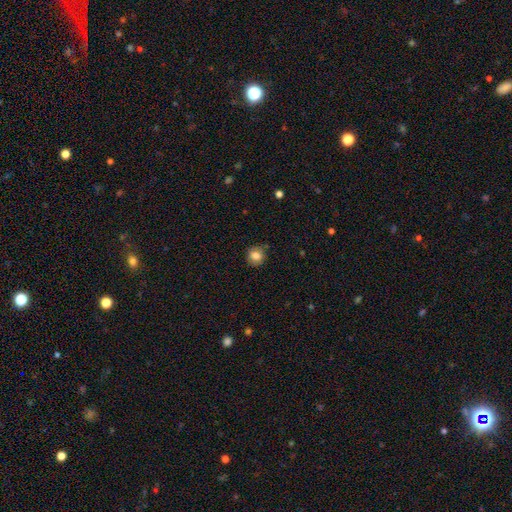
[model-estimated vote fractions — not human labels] A smooth galaxy with no disk features (81%) that is round (83%). Merging: none (82%).